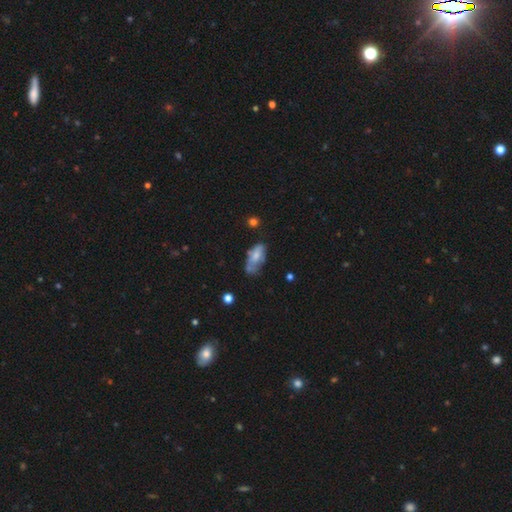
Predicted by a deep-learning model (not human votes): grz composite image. It shows a smooth galaxy with no disk features (58%) that is in between round and cigar-shaped (87%). Merging: none (41%).